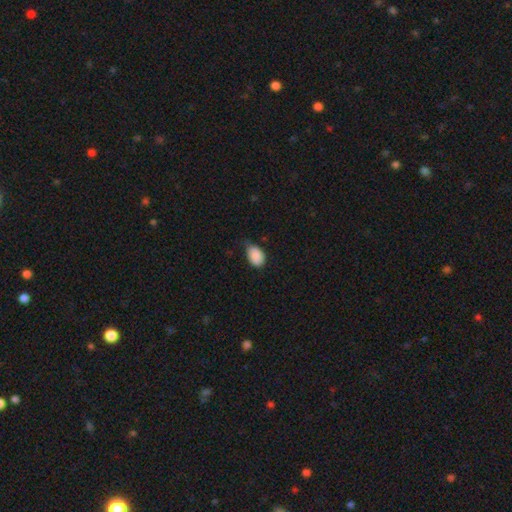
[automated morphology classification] type=smooth (88%); roundness=in between (83%); merging=none (49%).